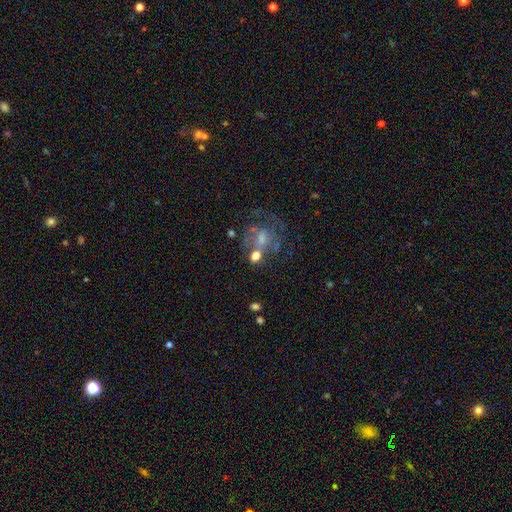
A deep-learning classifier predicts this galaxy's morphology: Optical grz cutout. It shows a smooth galaxy with no disk features (44%). Merging: none (37%).